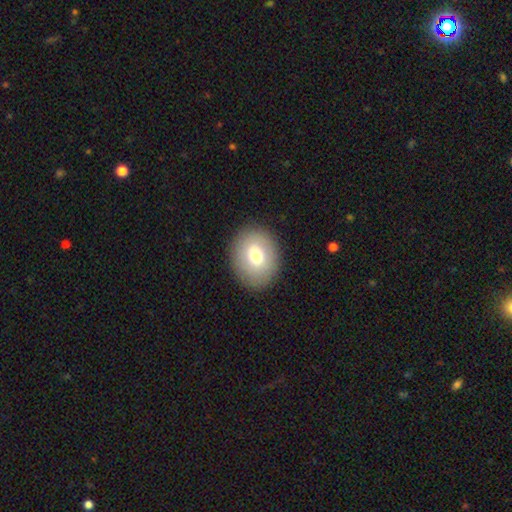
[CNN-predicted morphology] smooth 73%, featured or disk 18%, star or artifact 9%. Down the decision tree: how rounded — round (54%); merging — none (89%).